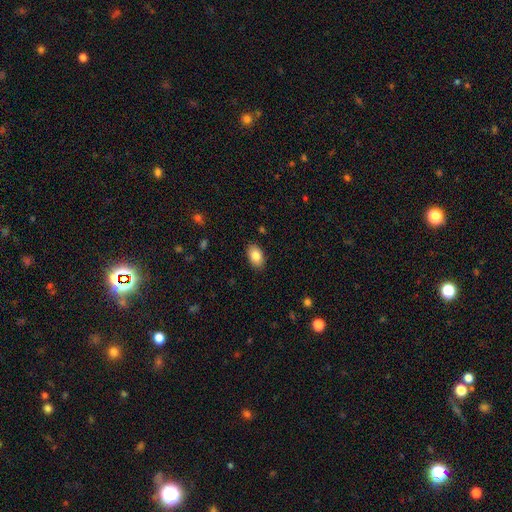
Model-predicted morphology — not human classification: type=smooth (83%); roundness=in between (90%); merging=none (88%).